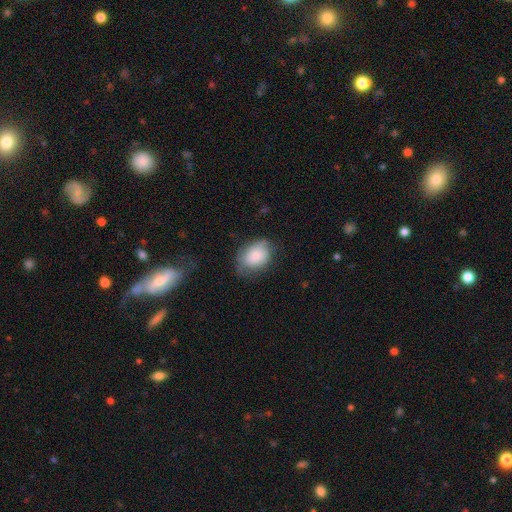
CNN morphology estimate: Smooth or featured: smooth — 80% (featured or disk — 13%)
How rounded: in between — 77% (round — 22%)
Merging: none — 58% (minor disturbance — 30%)